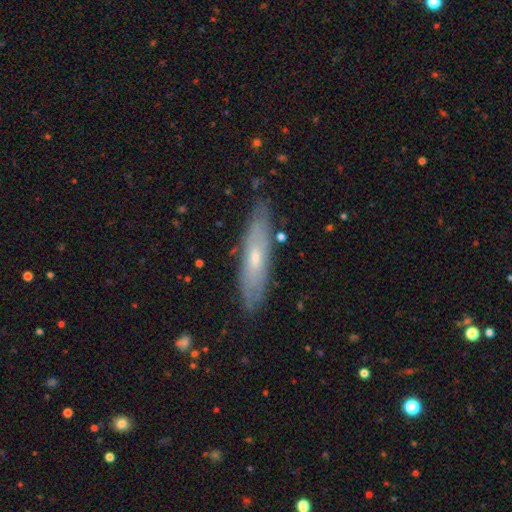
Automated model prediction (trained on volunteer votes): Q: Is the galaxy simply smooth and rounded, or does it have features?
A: featured or disk — 52%.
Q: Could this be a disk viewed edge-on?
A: yes — 53%.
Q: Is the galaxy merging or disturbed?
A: none — 82%.